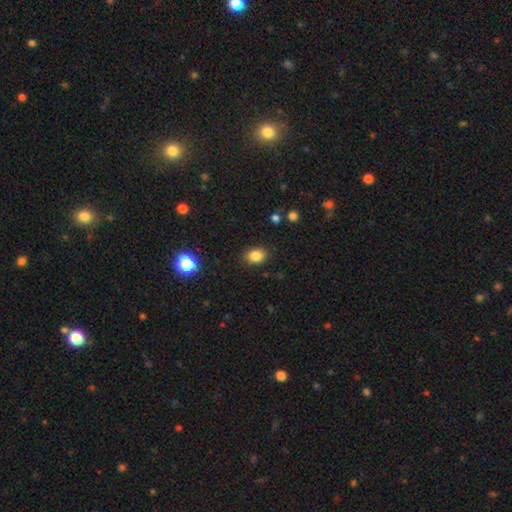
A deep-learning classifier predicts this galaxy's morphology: The model was most divided on "how rounded": in between: 58%, round: 41%, cigar-shaped: 1%. More confident: merging — none (87%); smooth or featured — smooth (83%).